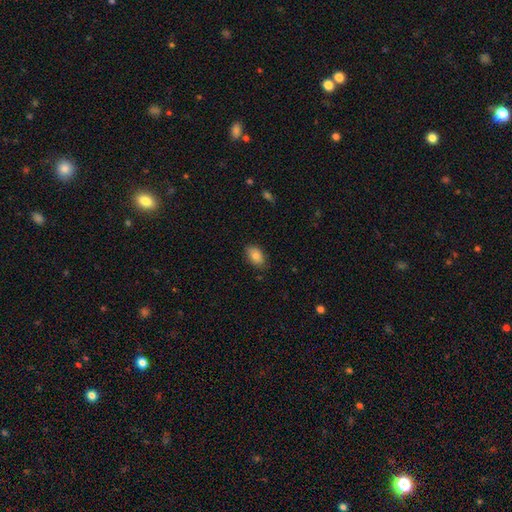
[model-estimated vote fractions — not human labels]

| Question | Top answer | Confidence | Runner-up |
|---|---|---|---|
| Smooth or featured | smooth | 84% | featured or disk (9%) |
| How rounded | in between | 89% | round (9%) |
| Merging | none | 81% | minor disturbance (15%) |